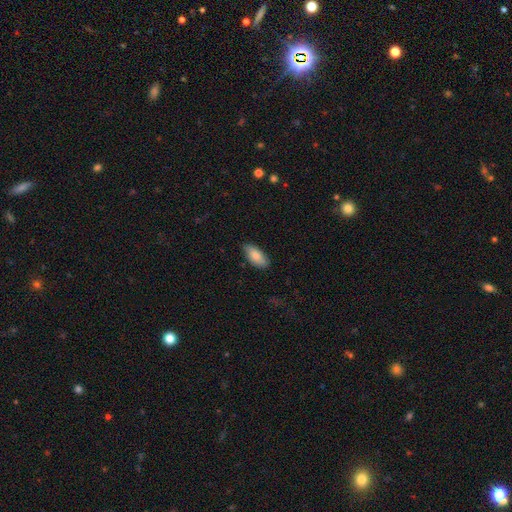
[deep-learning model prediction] smooth 84%, featured or disk 10%, star or artifact 6%. Down the decision tree: how rounded — in between (89%); merging — none (81%).